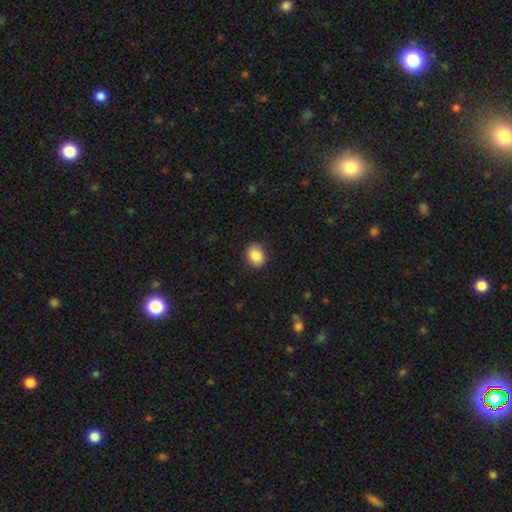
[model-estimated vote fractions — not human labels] Overall: smooth (87%). How rounded: round (55%; in between 44%). Merging: none (89%).